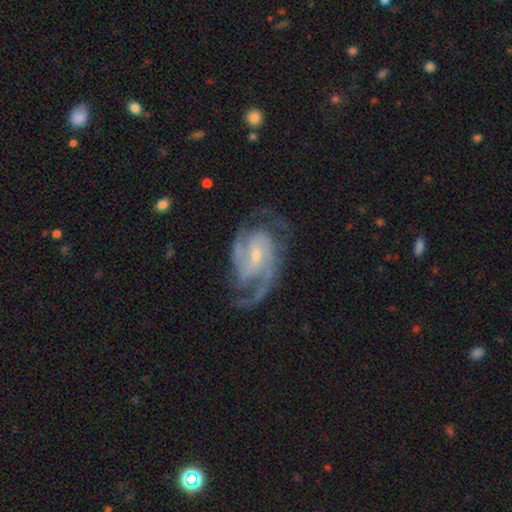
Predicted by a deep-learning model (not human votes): A featured or disk galaxy (91%) with a weak bar (45%), 2 (56%) medium (53%) spiral arms (97%) and a small central bulge (66%).

Vote fractions:
- Smooth or featured? featured or disk: 91% / smooth: 5% / star or artifact: 4%
- Edge-on disk? no: 97% / yes: 3%
- Bar? weak: 45% / no: 37% / strong: 18%
- Spiral arms? yes: 97% / no: 3%
- Spiral winding? medium: 53% / tight: 34% / loose: 14%
- Spiral arm count? 2: 56% / 3: 23% / can't tell: 9% / 1: 4% / 4: 4% / more than 4: 3%
- Bulge size? small: 66% / moderate: 28% / none: 3% / large: 2% / dominant: 1%
- Merging? none: 66% / minor disturbance: 18% / major disturbance: 14% / merger: 2%